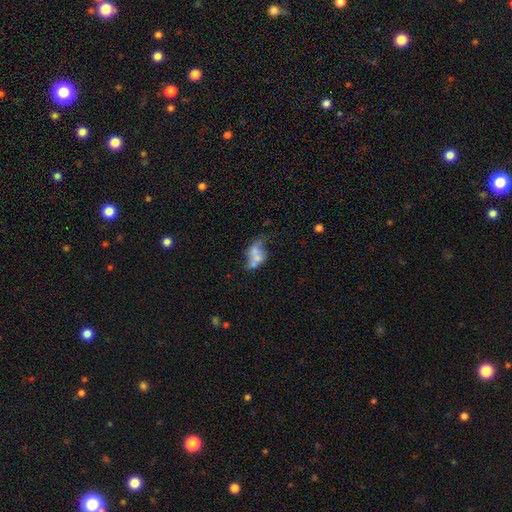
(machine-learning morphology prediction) Overall: smooth (45%; featured or disk 44%). Merging: merger (40%; none 23%).